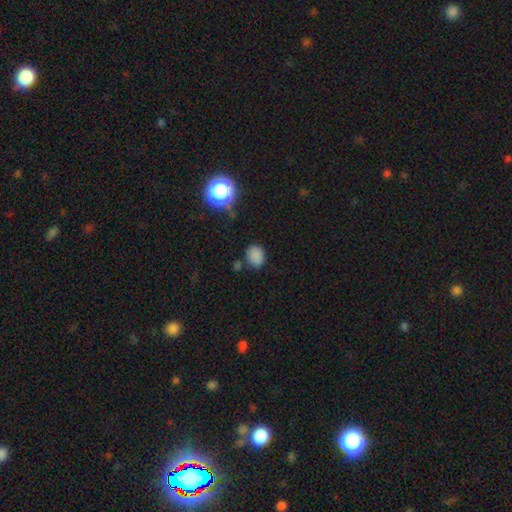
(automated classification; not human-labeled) Smooth or featured? Predicted: smooth (p=0.79). How rounded? Predicted: round (p=0.58). Merging? Predicted: none (p=0.73).